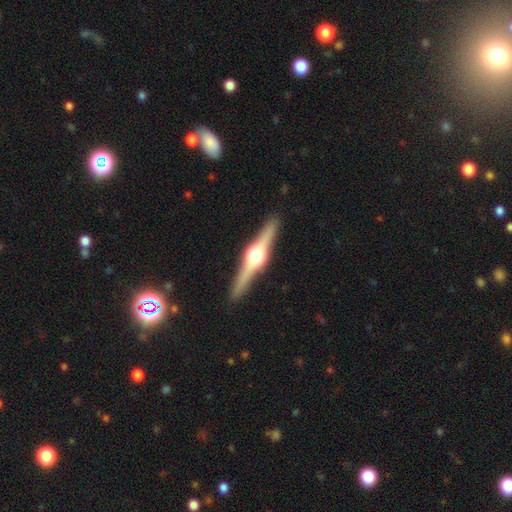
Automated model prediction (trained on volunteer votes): Q: Smooth or featured?
A: featured or disk (82%); runner-up: smooth (13%)
Q: Edge-on disk?
A: yes (98%); runner-up: no (2%)
Q: Edge-on bulge?
A: rounded (95%); runner-up: boxy (4%)
Q: Merging?
A: none (91%); runner-up: minor disturbance (7%)